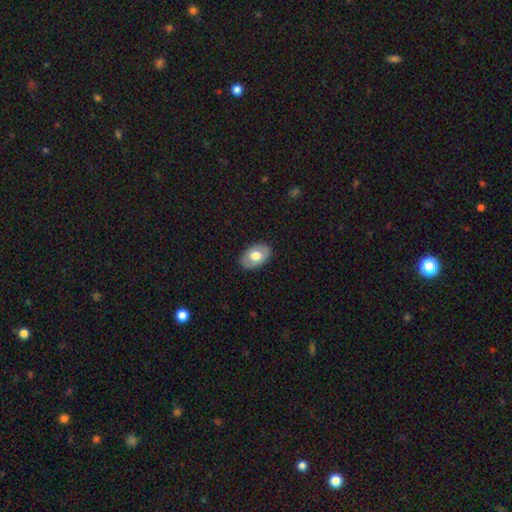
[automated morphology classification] A smooth galaxy with no disk features (68%) that is in between round and cigar-shaped (87%).

Vote fractions:
- Smooth or featured? smooth: 68% / featured or disk: 26% / star or artifact: 6%
- How rounded? in between: 87% / round: 11% / cigar-shaped: 1%
- Merging? none: 87% / minor disturbance: 10% / major disturbance: 2% / merger: 1%